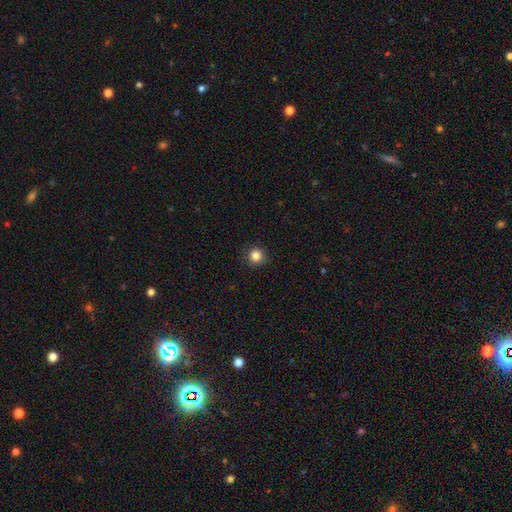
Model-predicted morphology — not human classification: type=smooth (84%); roundness=round (93%); merging=none (89%).